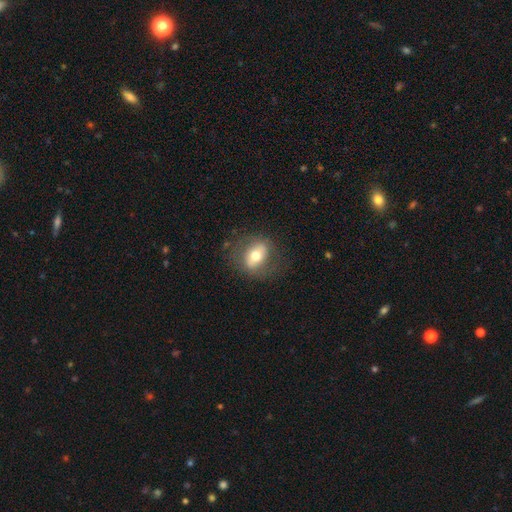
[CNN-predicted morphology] smooth 56%, featured or disk 36%, star or artifact 8%. Down the decision tree: how rounded — in between (62%); merging — none (73%).